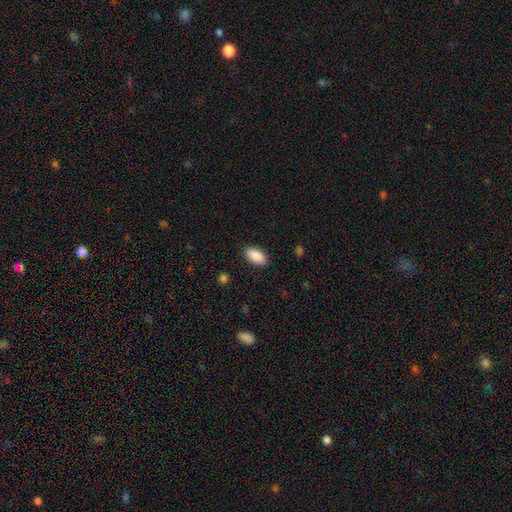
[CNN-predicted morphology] Smooth or featured: smooth — 90% (star or artifact — 7%)
How rounded: in between — 94% (cigar-shaped — 3%)
Merging: none — 88% (minor disturbance — 8%)